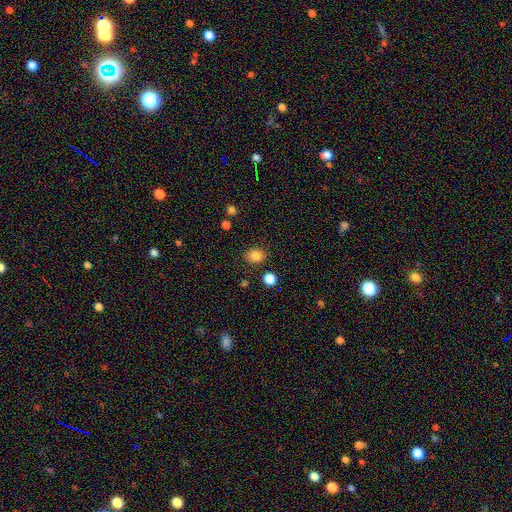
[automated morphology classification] type=smooth (83%); roundness=round (67%); merging=none (84%).